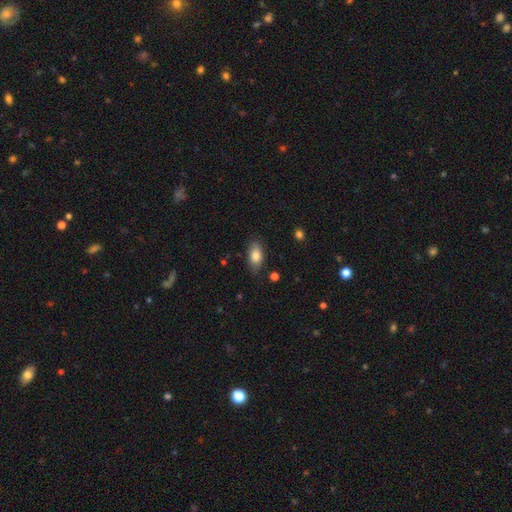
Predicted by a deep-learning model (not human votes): This is clearly a smooth galaxy (81%). How rounded: clearly in between (88%). Merging: clearly none (80%).